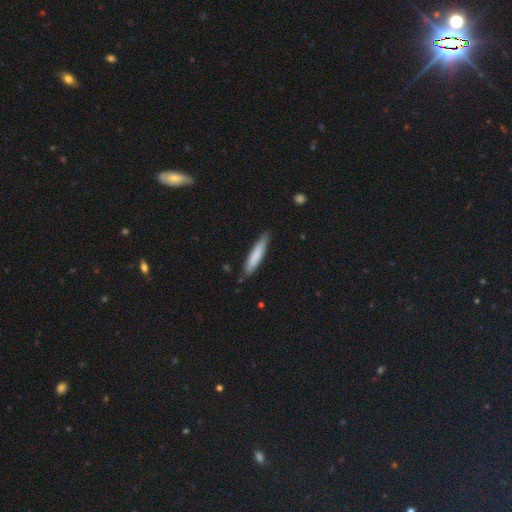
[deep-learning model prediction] This appears to be a smooth galaxy with no disk features (79%) that is cigar-shaped (87%). Merging: none (82%).